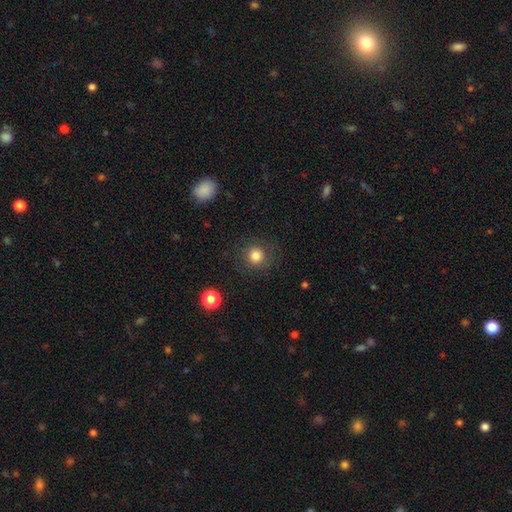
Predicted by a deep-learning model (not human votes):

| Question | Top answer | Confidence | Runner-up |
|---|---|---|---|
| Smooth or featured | smooth | 82% | star or artifact (12%) |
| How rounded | round | 92% | in between (7%) |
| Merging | none | 85% | minor disturbance (9%) |